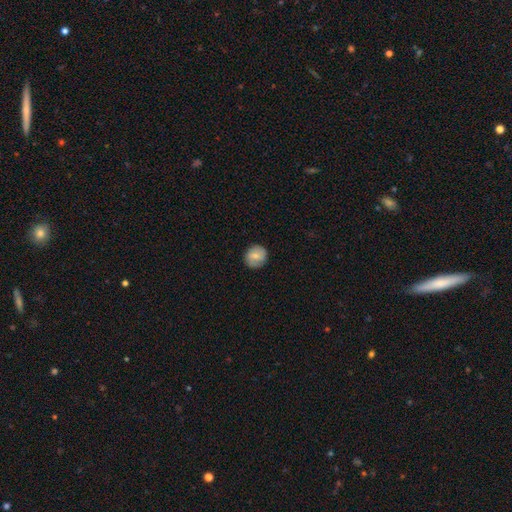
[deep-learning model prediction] The model was most divided on "smooth or featured": smooth: 65%, featured or disk: 28%, star or artifact: 7%. More confident: how rounded — round (87%); merging — none (85%).